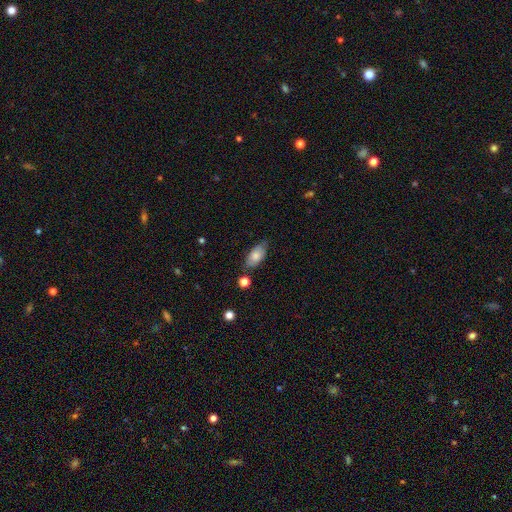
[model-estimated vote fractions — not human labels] This is likely a smooth galaxy (74%). How rounded: clearly in between (90%). Merging: likely none (70%).